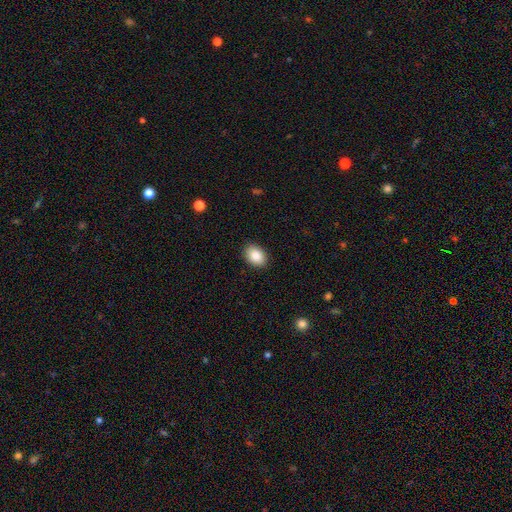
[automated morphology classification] Smooth or featured? smooth (88%)
How rounded? in between (81%)
Merging? none (89%)